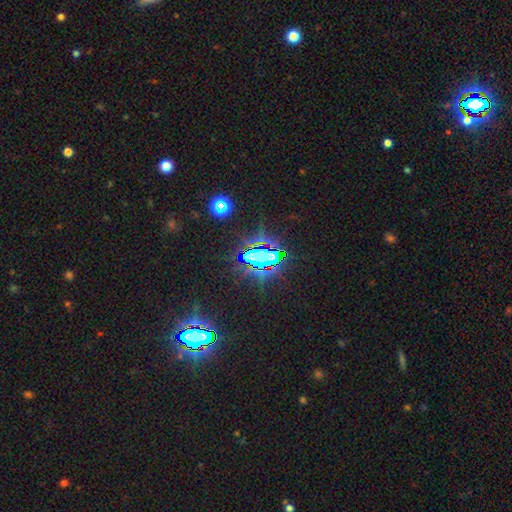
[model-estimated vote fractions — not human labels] star or artifact 81%, smooth 11%, featured or disk 8%.